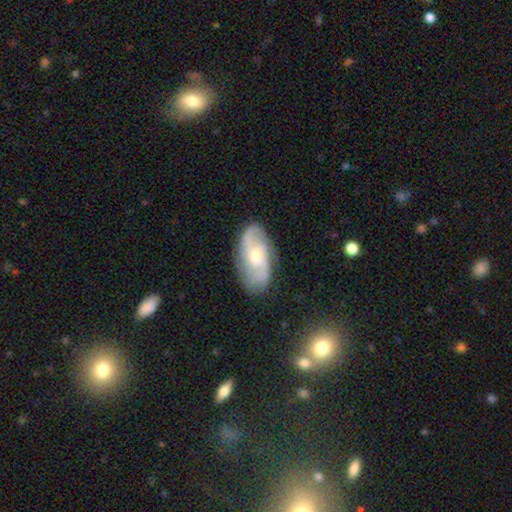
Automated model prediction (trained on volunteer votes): Smooth or featured: featured or disk — 74% (smooth — 20%)
Edge-on disk: no — 94% (yes — 6%)
Bar: no — 58% (weak — 36%)
Spiral arms: yes — 92% (no — 8%)
Spiral winding: medium — 45% (tight — 31%)
Spiral arm count: 2 — 58% (can't tell — 19%)
Bulge size: moderate — 56% (small — 36%)
Merging: none — 80% (minor disturbance — 15%)